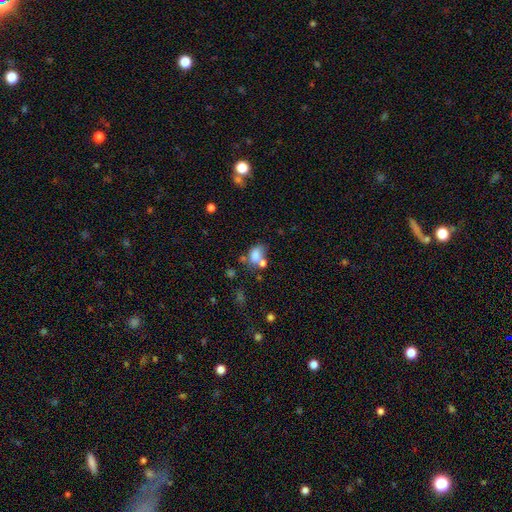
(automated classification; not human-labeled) A smooth galaxy with no disk features (75%) that is in between round and cigar-shaped (73%). Merging: merger (38%).